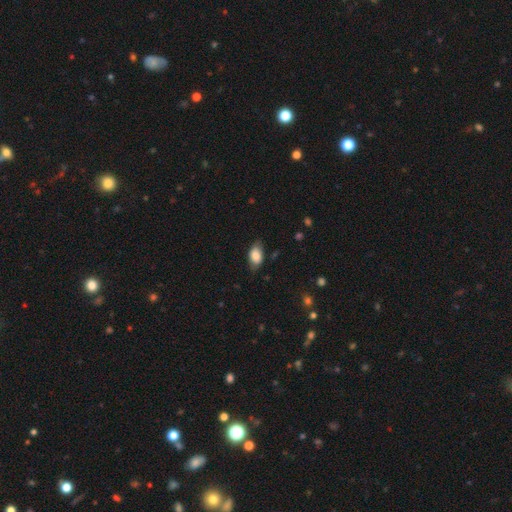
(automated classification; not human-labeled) smooth_or_featured: smooth (p=0.80) [alt: featured or disk p=0.13]
how_rounded: in between (p=0.92) [alt: round p=0.06]
merging: none (p=0.72) [alt: minor disturbance p=0.21]